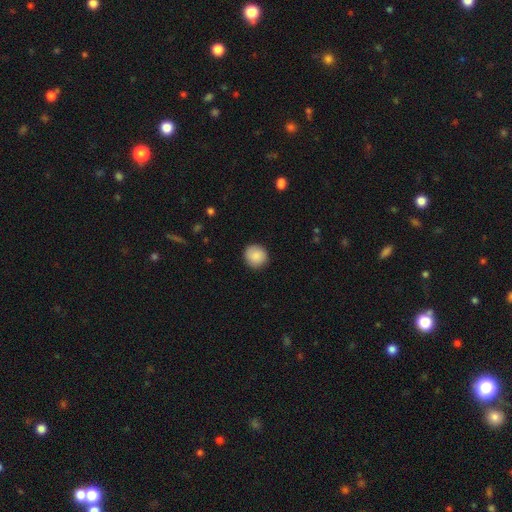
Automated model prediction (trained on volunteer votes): This is clearly a smooth galaxy (89%). How rounded: clearly round (93%). Merging: clearly none (90%).